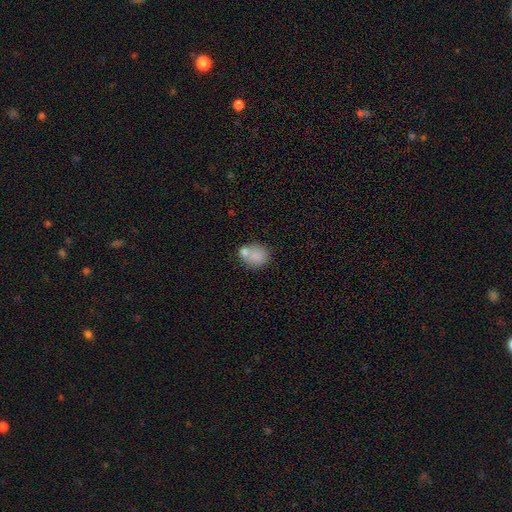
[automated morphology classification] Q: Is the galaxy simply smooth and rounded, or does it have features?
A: smooth — 79%.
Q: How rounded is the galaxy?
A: round — 67%.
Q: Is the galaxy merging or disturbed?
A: none — 55%.